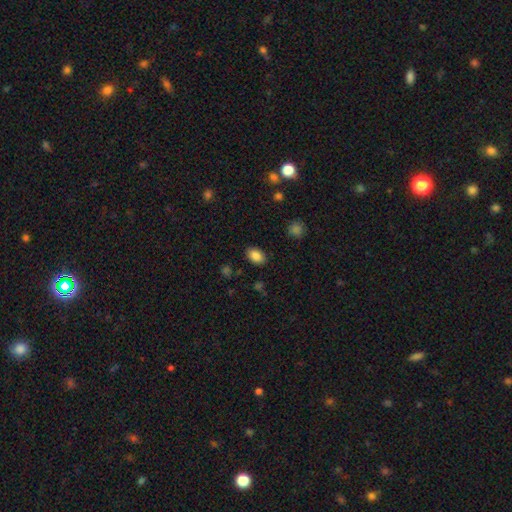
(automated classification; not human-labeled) This appears to be a smooth galaxy with no disk features (86%) that is in between round and cigar-shaped (83%). Merging: none (86%).